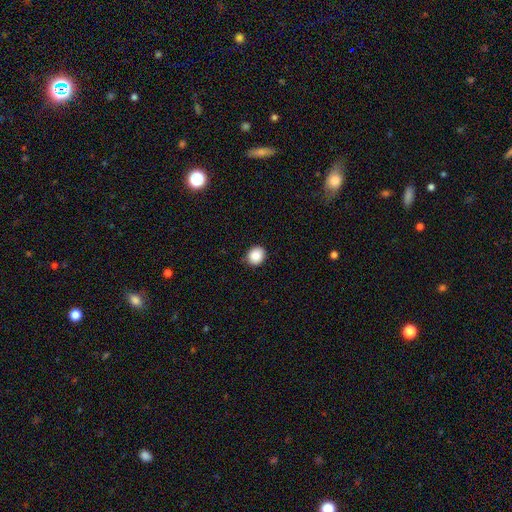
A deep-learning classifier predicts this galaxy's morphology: This appears to be a smooth galaxy with no disk features (87%) that is round (77%). Merging: none (87%).